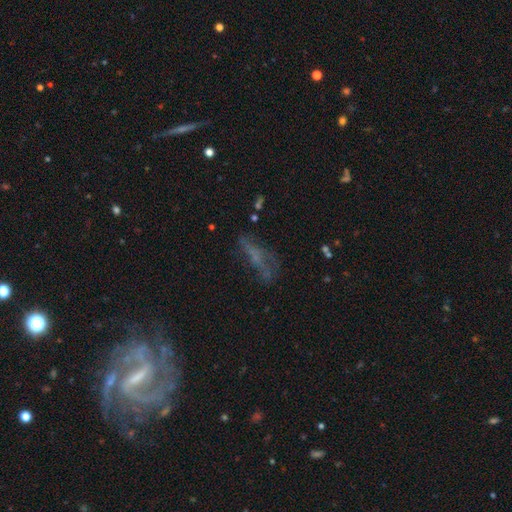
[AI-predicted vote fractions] Smooth or featured: featured or disk — 41% (smooth — 38%)
Merging: none — 49% (major disturbance — 24%)